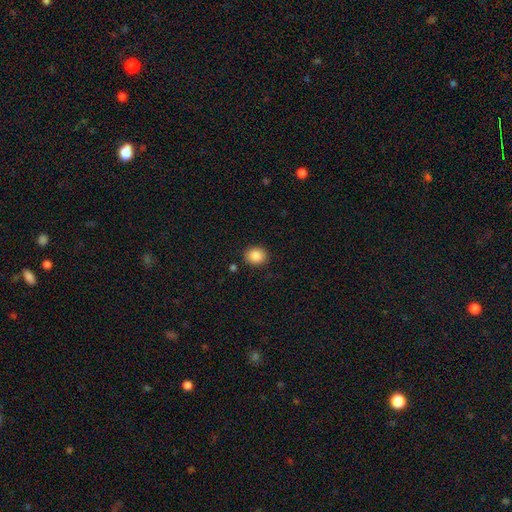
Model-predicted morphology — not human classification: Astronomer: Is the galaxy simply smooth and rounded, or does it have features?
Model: smooth — 88%.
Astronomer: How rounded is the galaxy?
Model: round — 72%.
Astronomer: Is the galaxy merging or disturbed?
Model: none — 88%.